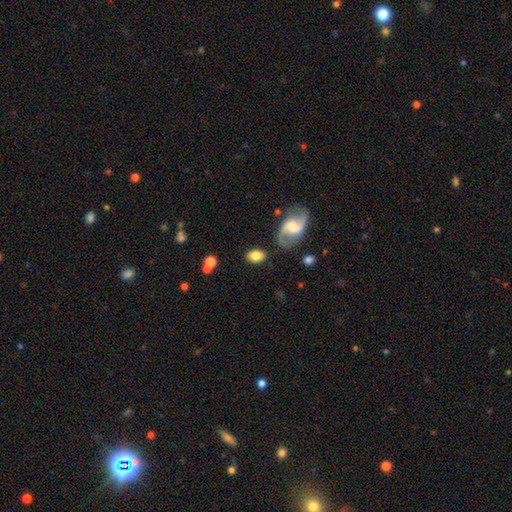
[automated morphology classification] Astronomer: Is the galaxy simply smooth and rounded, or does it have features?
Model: smooth — 72%.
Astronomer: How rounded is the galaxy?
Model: in between — 80%.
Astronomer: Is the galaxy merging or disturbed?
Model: none — 78%.